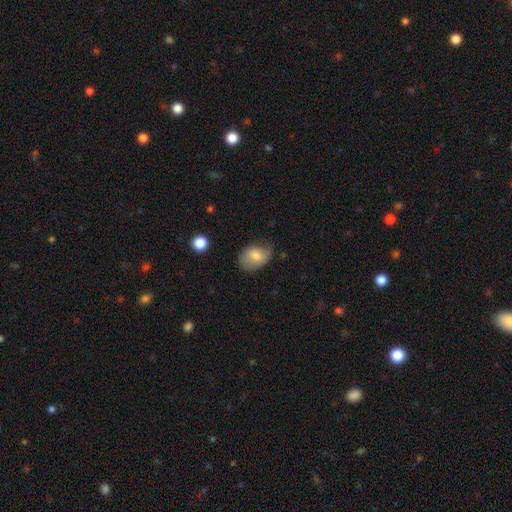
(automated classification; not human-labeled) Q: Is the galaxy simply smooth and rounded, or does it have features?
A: smooth — 73%.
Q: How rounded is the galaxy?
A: in between — 71%.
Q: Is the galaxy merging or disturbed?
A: none — 51%.